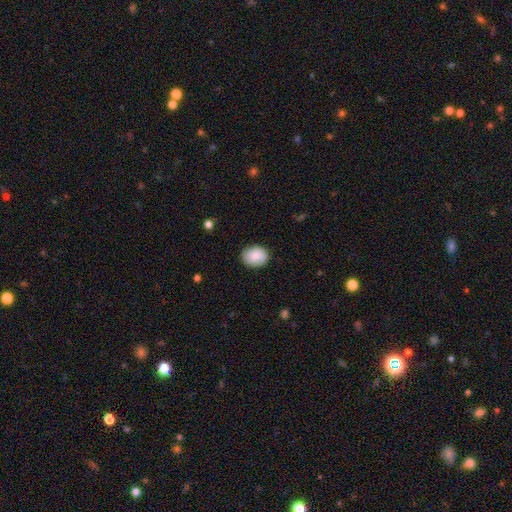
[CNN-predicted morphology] Q: Smooth or featured?
A: smooth (84%); runner-up: featured or disk (9%)
Q: How rounded?
A: round (50%); runner-up: in between (49%)
Q: Merging?
A: none (85%); runner-up: minor disturbance (12%)